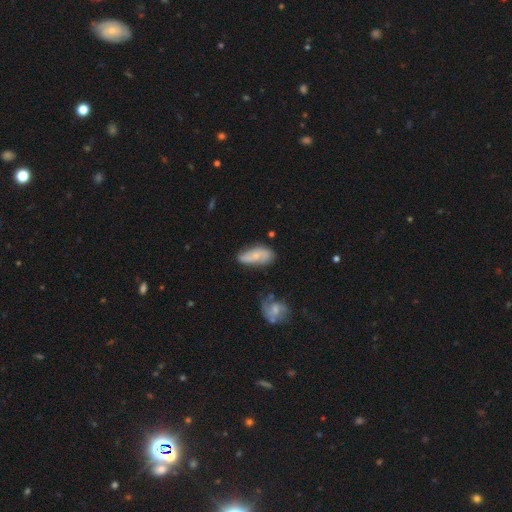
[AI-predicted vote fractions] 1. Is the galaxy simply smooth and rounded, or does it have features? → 49% featured or disk, 44% smooth, 7% star or artifact.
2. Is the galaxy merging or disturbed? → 63% none, 26% minor disturbance, 6% major disturbance, 5% merger.